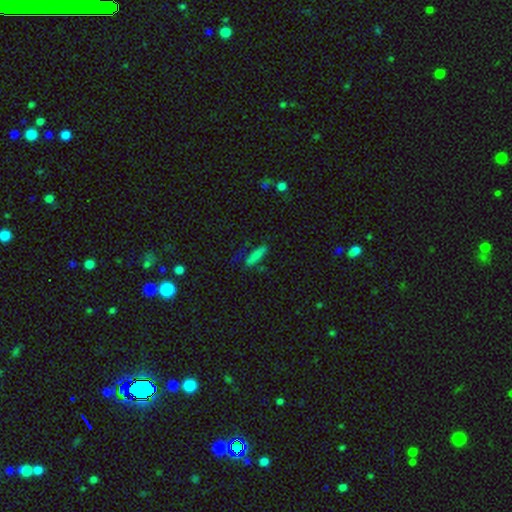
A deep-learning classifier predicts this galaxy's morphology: Smooth or featured? Predicted: smooth (p=0.78). How rounded? Predicted: cigar-shaped (p=0.64). Merging? Predicted: none (p=0.68).